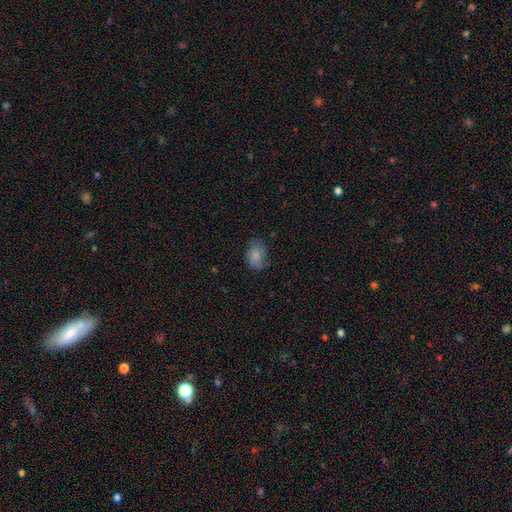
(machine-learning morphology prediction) A smooth galaxy with no disk features (79%) that is in between round and cigar-shaped (67%). Merging: none (62%).